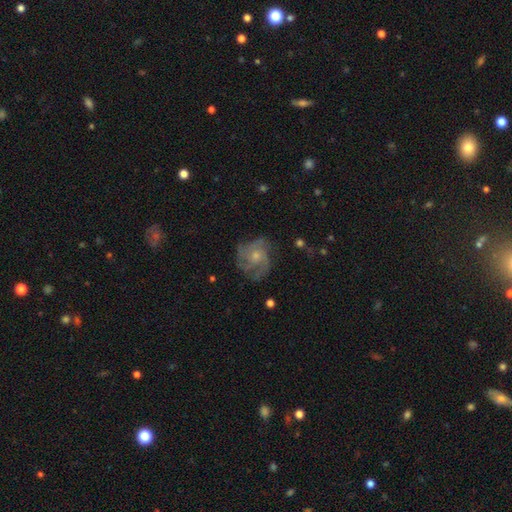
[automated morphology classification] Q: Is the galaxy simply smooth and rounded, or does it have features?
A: featured or disk — 69%.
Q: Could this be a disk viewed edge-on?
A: no — 98%.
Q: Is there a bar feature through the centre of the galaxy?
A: no — 82%.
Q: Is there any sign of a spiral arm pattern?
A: yes — 85%.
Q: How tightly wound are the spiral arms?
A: medium — 45%.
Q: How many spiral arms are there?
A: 3 — 30%.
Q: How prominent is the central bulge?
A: small — 54%.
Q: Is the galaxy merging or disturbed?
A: none — 62%.